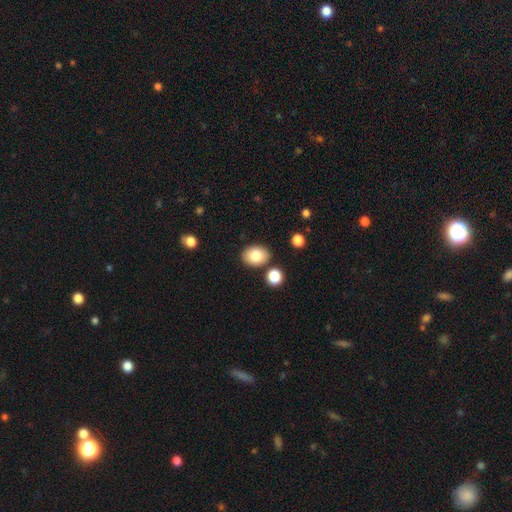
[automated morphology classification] Q: Smooth or featured?
A: smooth (82%); runner-up: featured or disk (10%)
Q: How rounded?
A: in between (72%); runner-up: round (27%)
Q: Merging?
A: none (83%); runner-up: minor disturbance (9%)